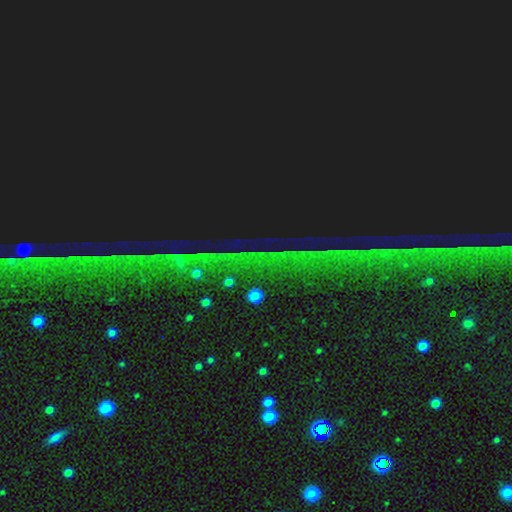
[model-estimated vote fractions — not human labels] Morphology: type=star or artifact (87%).